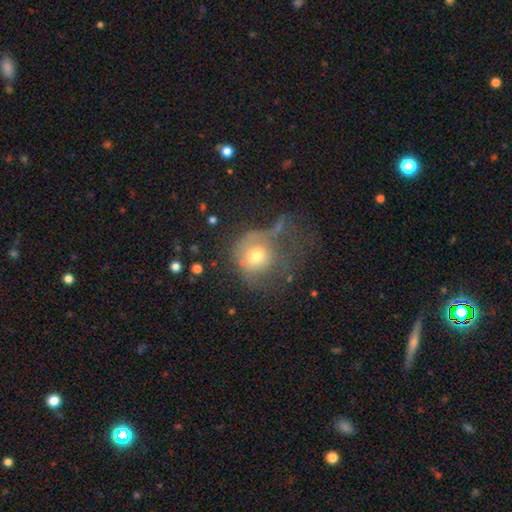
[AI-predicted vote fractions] A smooth galaxy with no disk features (62%) that is round (82%).

Vote fractions:
- Smooth or featured? smooth: 62% / featured or disk: 27% / star or artifact: 11%
- How rounded? round: 82% / in between: 17% / cigar-shaped: 1%
- Merging? major disturbance: 43% / none: 30% / minor disturbance: 19% / merger: 8%